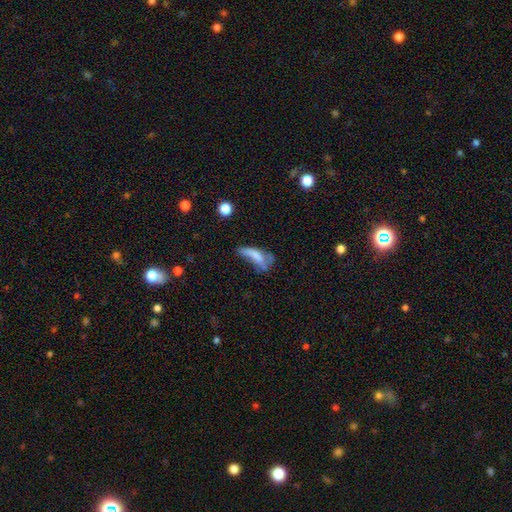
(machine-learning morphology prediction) Smooth or featured? Predicted: smooth (p=0.60). How rounded? Predicted: in between (p=0.61). Merging? Predicted: major disturbance (p=0.40).